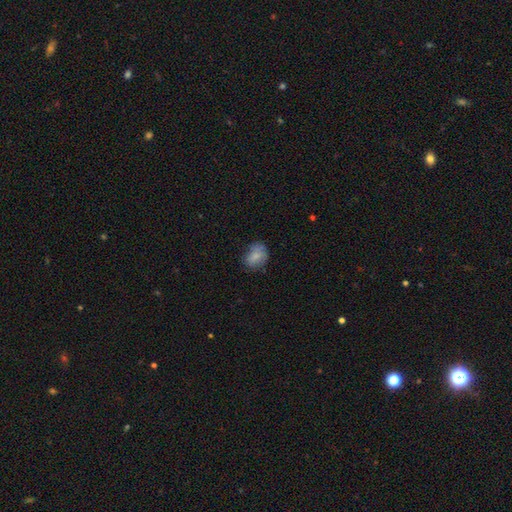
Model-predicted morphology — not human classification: Smooth or featured? smooth (75%)
How rounded? in between (67%)
Merging? none (60%)